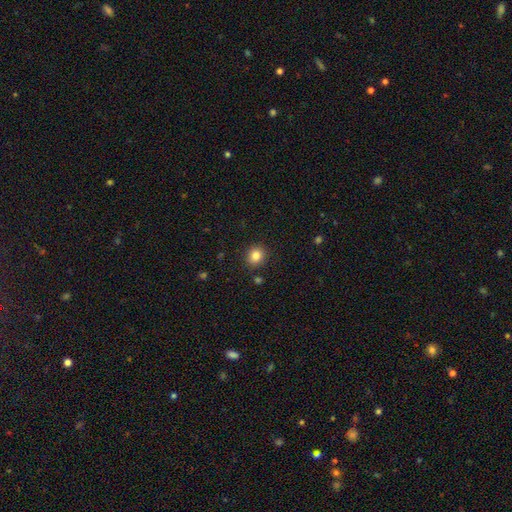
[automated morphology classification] Smooth or featured?
  - smooth: 84% *
  - star or artifact: 11%
  - featured or disk: 5%
How rounded?
  - round: 82% *
  - in between: 17%
  - cigar-shaped: 1%
Merging?
  - none: 89% *
  - minor disturbance: 7%
  - major disturbance: 2%
  - merger: 2%